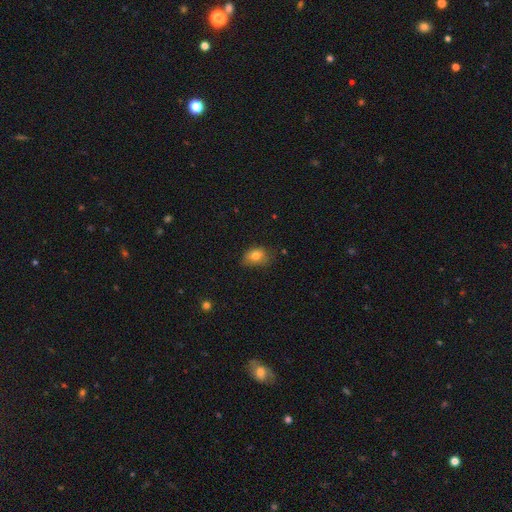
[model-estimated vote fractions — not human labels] A smooth galaxy with no disk features (79%) that is in between round and cigar-shaped (75%).

Vote fractions:
- Smooth or featured? smooth: 79% / featured or disk: 11% / star or artifact: 9%
- How rounded? in between: 75% / round: 23% / cigar-shaped: 1%
- Merging? none: 63% / minor disturbance: 29% / major disturbance: 7% / merger: 2%